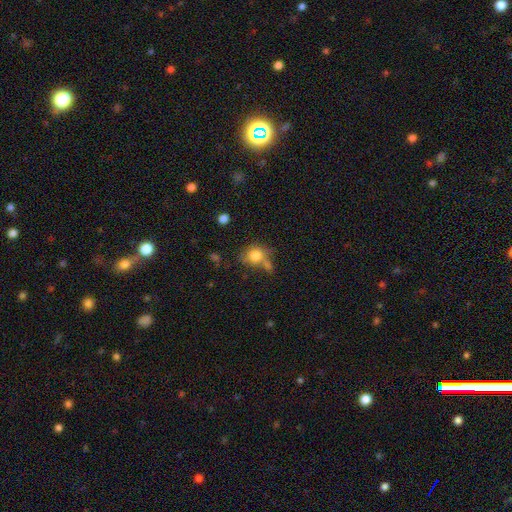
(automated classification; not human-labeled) Smooth or featured?
  - smooth: 81% *
  - star or artifact: 10%
  - featured or disk: 10%
How rounded?
  - round: 70% *
  - in between: 28%
  - cigar-shaped: 1%
Merging?
  - none: 49% *
  - merger: 24%
  - minor disturbance: 19%
  - major disturbance: 9%